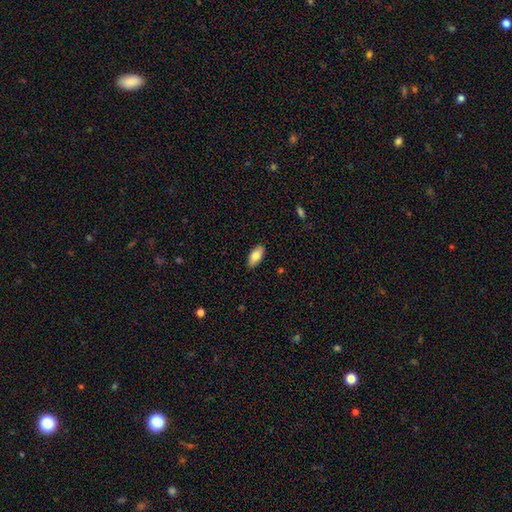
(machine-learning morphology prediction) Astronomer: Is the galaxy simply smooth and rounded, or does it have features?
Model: smooth — 82%.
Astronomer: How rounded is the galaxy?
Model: in between — 91%.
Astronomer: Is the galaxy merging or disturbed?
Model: none — 89%.